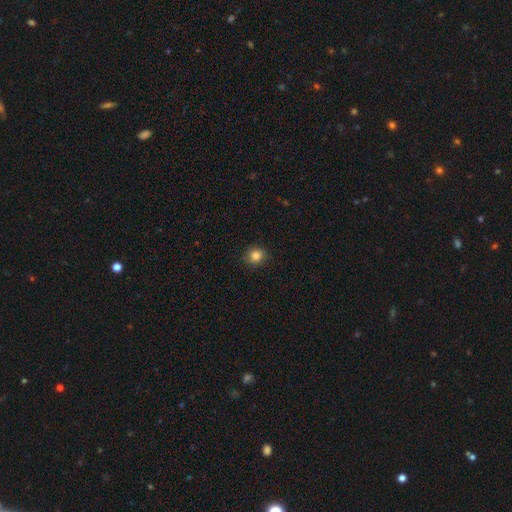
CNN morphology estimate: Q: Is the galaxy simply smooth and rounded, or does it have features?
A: smooth — 85%.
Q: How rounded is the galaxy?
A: round — 84%.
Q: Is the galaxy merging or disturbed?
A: none — 88%.